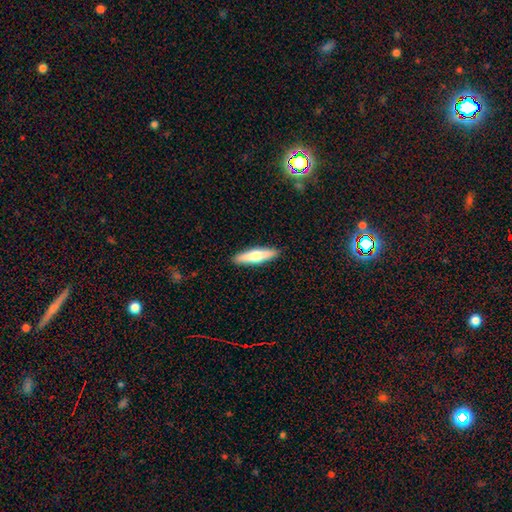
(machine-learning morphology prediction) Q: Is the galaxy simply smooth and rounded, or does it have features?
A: smooth — 56%.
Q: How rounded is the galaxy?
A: cigar-shaped — 74%.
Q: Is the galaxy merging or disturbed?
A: none — 91%.